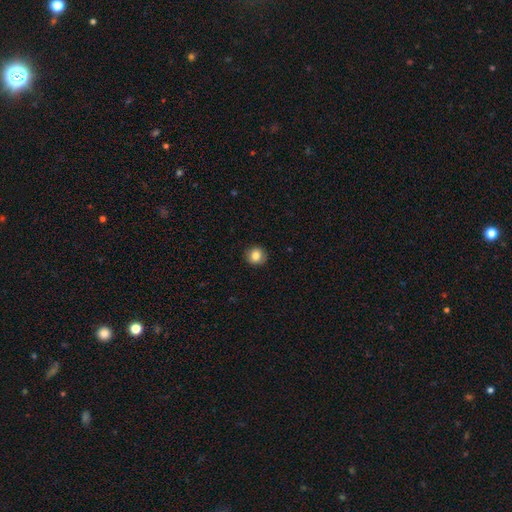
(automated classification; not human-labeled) A smooth galaxy with no disk features (84%) that is round (91%). Merging: none (91%).